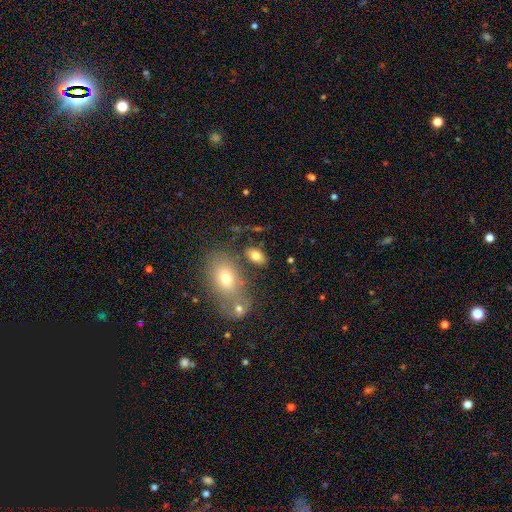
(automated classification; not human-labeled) This is likely a smooth galaxy (76%). How rounded: clearly in between (89%). Merging: likely none (69%).